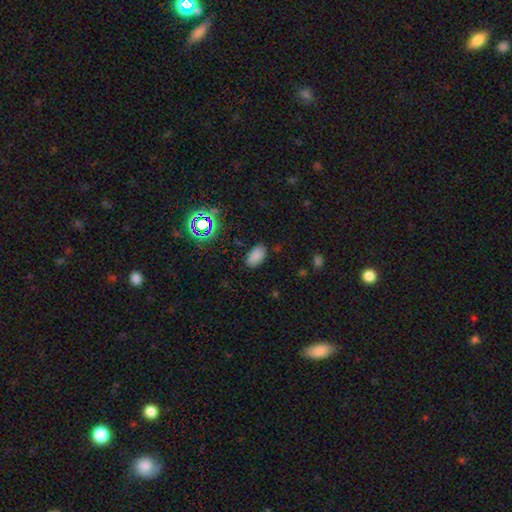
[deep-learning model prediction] smooth-or-featured: smooth: 78% | star or artifact: 16% | featured or disk: 5%
  how-rounded: in between: 93% | round: 6% | cigar-shaped: 2%
  merging: none: 83% | minor disturbance: 12% | major disturbance: 3% | merger: 1%